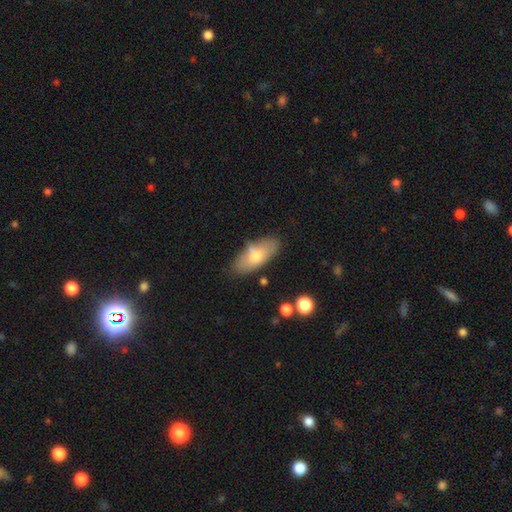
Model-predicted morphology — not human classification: Smooth or featured: smooth — 69% (featured or disk — 24%)
How rounded: in between — 85% (cigar-shaped — 13%)
Merging: none — 75% (minor disturbance — 17%)